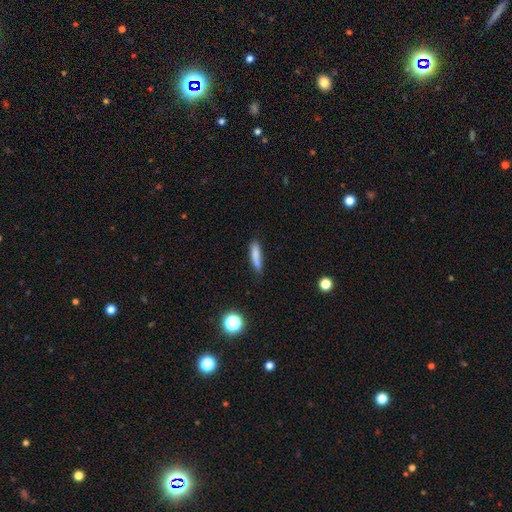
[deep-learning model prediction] smooth_or_featured: smooth (p=0.79) [alt: featured or disk p=0.12]
how_rounded: cigar-shaped (p=0.78) [alt: in between p=0.20]
merging: none (p=0.66) [alt: minor disturbance p=0.24]